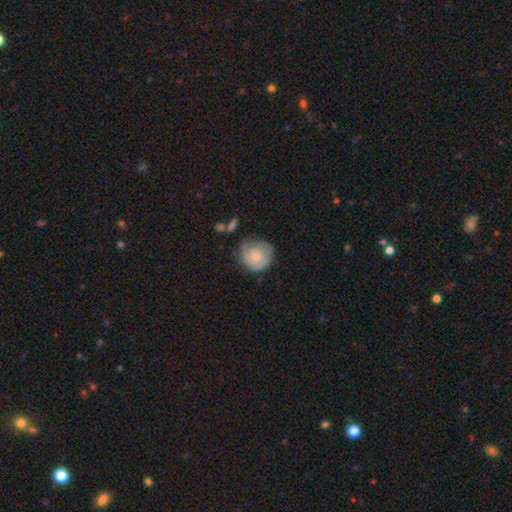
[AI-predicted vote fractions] Morphology: type=smooth (58%); roundness=round (87%); merging=none (60%).